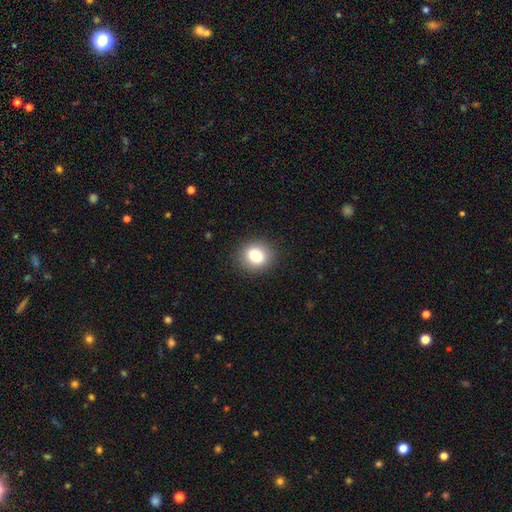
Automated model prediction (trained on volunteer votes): Smooth or featured? smooth (82%)
How rounded? round (70%)
Merging? none (89%)